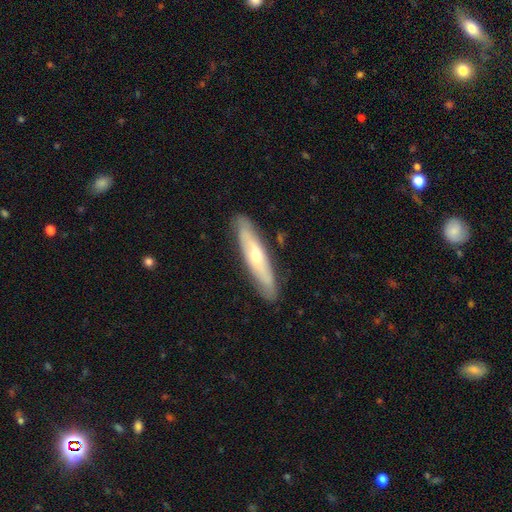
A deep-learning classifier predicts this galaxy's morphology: A featured or disk galaxy (55%) viewed edge-on (62%).

Vote fractions:
- Smooth or featured? featured or disk: 55% / smooth: 39% / star or artifact: 6%
- Edge-on disk? yes: 62% / no: 38%
- Merging? none: 86% / minor disturbance: 10% / major disturbance: 2% / merger: 1%